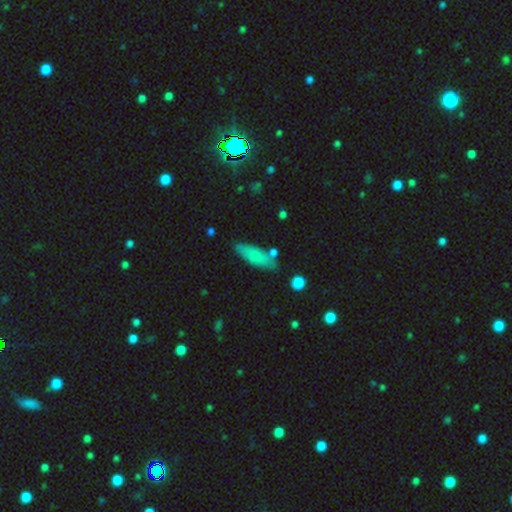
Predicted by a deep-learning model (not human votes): A smooth galaxy with no disk features (79%) that is in between round and cigar-shaped (59%).

Vote fractions:
- Smooth or featured? smooth: 79% / featured or disk: 14% / star or artifact: 7%
- How rounded? in between: 59% / cigar-shaped: 38% / round: 2%
- Merging? none: 74% / minor disturbance: 17% / merger: 5% / major disturbance: 4%